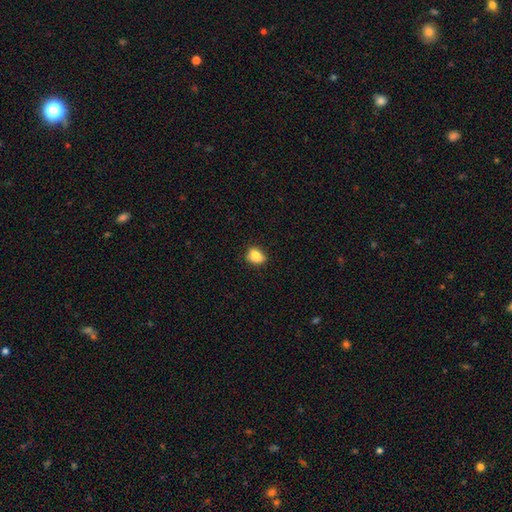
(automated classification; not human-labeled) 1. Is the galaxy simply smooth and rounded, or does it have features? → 86% smooth, 9% star or artifact, 5% featured or disk.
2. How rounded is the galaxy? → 69% in between, 30% round, 2% cigar-shaped.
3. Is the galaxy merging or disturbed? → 77% none, 18% minor disturbance, 3% major disturbance, 1% merger.